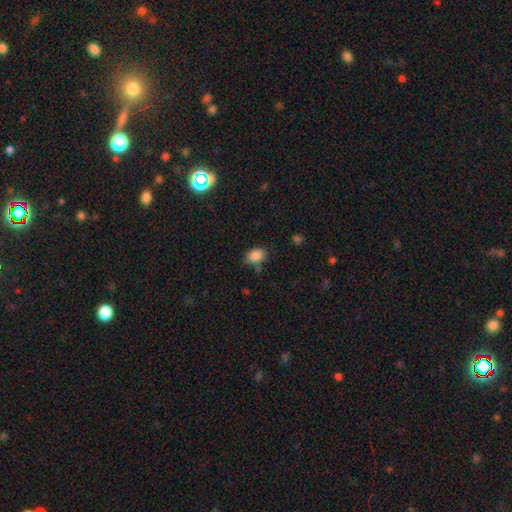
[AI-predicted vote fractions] Smooth or featured: smooth — 86% (star or artifact — 10%)
How rounded: in between — 76% (round — 23%)
Merging: none — 72% (minor disturbance — 18%)